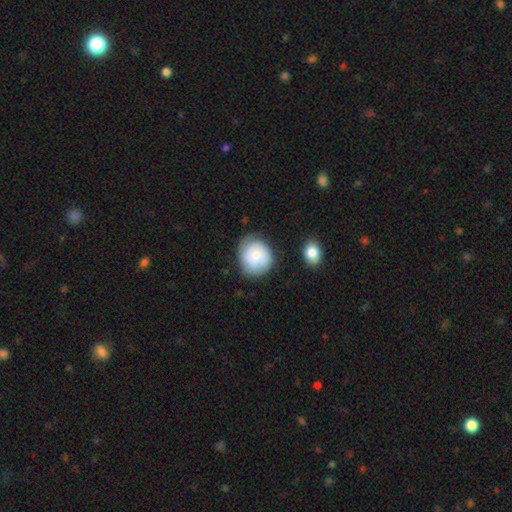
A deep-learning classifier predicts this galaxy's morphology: This is likely a smooth galaxy (66%). How rounded: likely round (79%). Merging: likely none (69%).